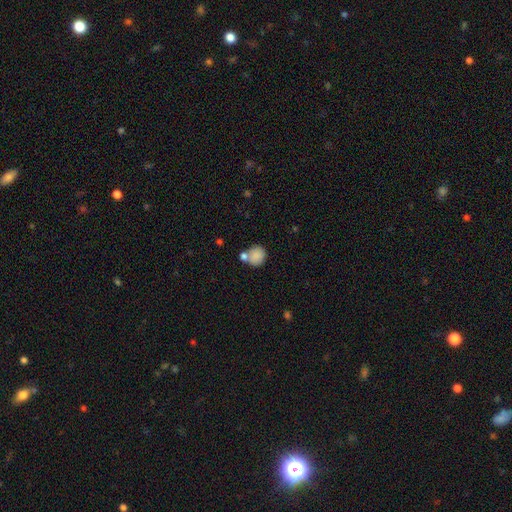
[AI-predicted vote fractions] The model was most divided on "merging": none: 55%, merger: 28%, minor disturbance: 13%, major disturbance: 5%. More confident: smooth or featured — smooth (85%); how rounded — round (82%).